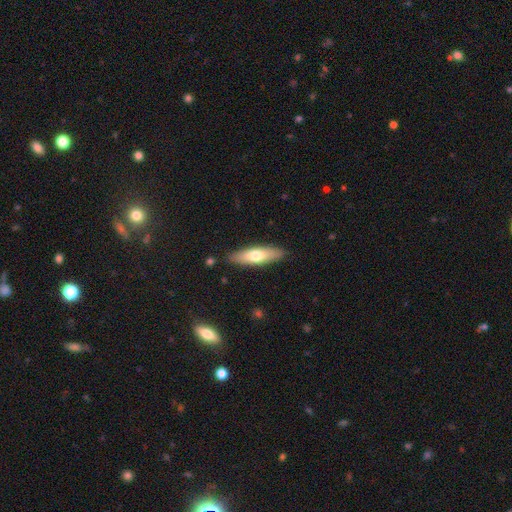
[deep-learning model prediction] smooth-or-featured: smooth: 63% | featured or disk: 31% | star or artifact: 6%
  how-rounded: cigar-shaped: 58% | in between: 40% | round: 2%
  merging: none: 87% | minor disturbance: 10% | major disturbance: 2% | merger: 1%